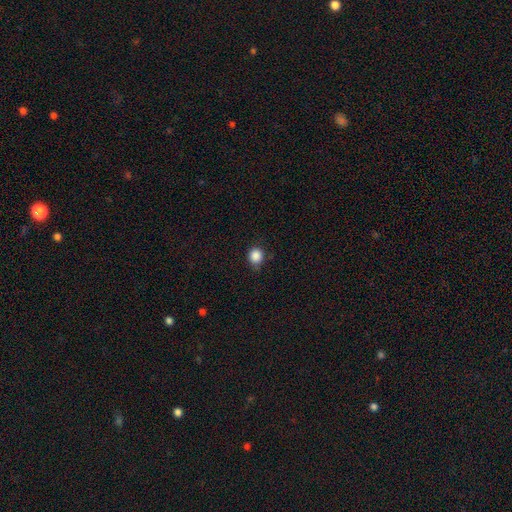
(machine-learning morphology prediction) Smooth or featured: smooth — 87% (star or artifact — 10%)
How rounded: round — 85% (in between — 14%)
Merging: none — 77% (minor disturbance — 18%)